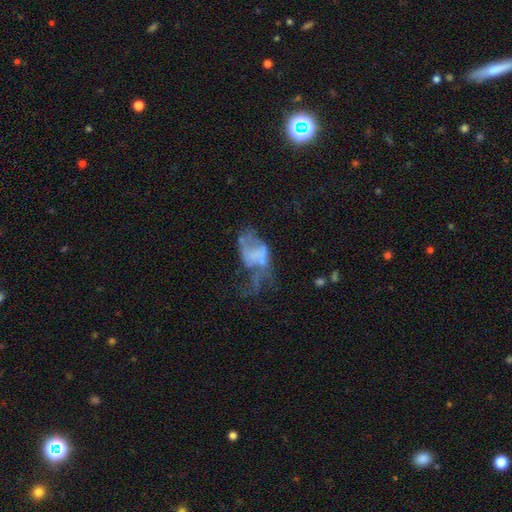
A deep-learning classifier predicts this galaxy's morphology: This appears to be a featured or disk galaxy (55%) with no bar (83%), no spiral arms (81%) and no central bulge (74%). Merging: major disturbance (50%).